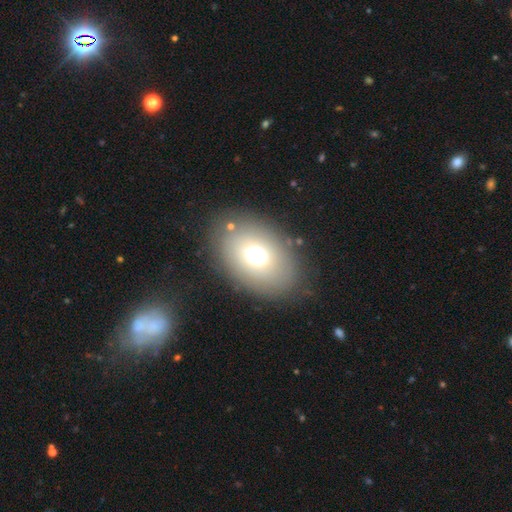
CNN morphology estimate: Smooth or featured? smooth (68%)
How rounded? in between (74%)
Merging? none (81%)